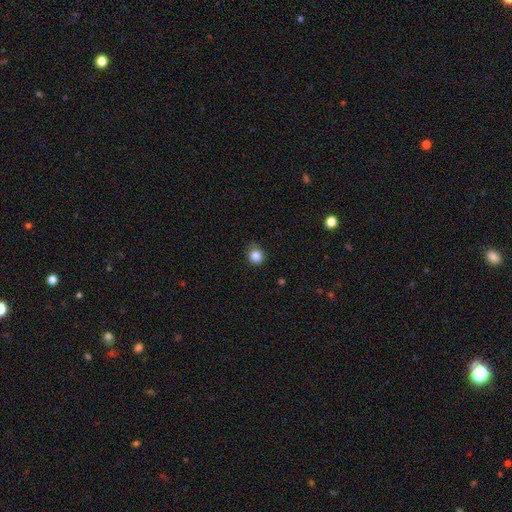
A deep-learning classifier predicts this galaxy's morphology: A smooth galaxy with no disk features (84%) that is round (86%).

Vote fractions:
- Smooth or featured? smooth: 84% / star or artifact: 11% / featured or disk: 5%
- How rounded? round: 86% / in between: 13% / cigar-shaped: 1%
- Merging? none: 78% / minor disturbance: 17% / major disturbance: 4% / merger: 1%